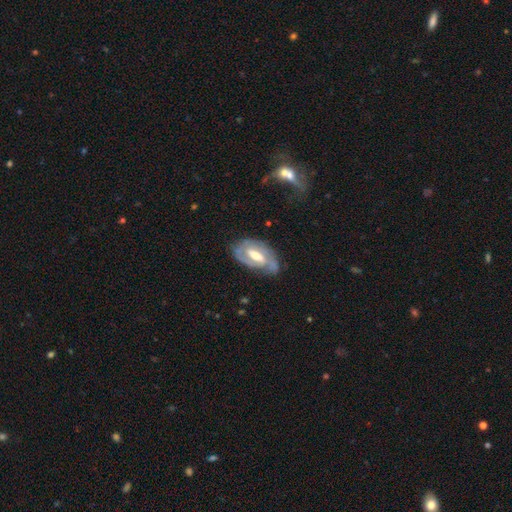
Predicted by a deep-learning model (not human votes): The model was most divided on "bar": weak: 48%, strong: 34%, no: 18%. More confident: edge-on disk — no (95%); spiral arms — yes (87%); smooth or featured — featured or disk (81%); spiral arm count — 2 (67%); merging — none (65%); bulge size — moderate (65%); spiral winding — tight (52%).